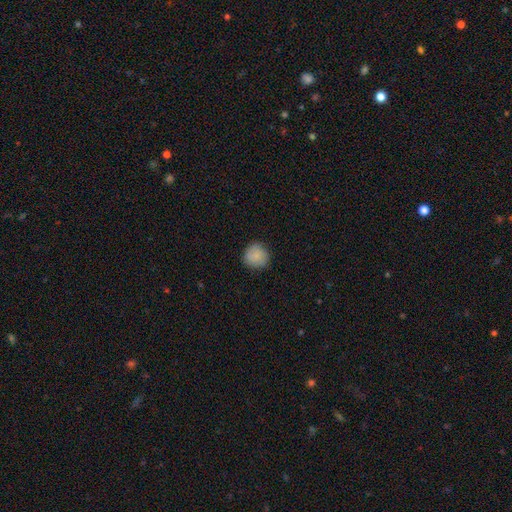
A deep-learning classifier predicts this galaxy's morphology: Overall: smooth (85%). How rounded: round (90%). Merging: none (83%).